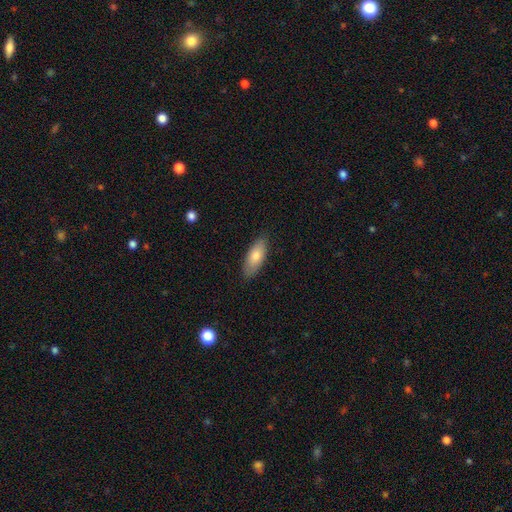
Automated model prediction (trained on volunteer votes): Smooth or featured? smooth (77%)
How rounded? in between (77%)
Merging? none (86%)